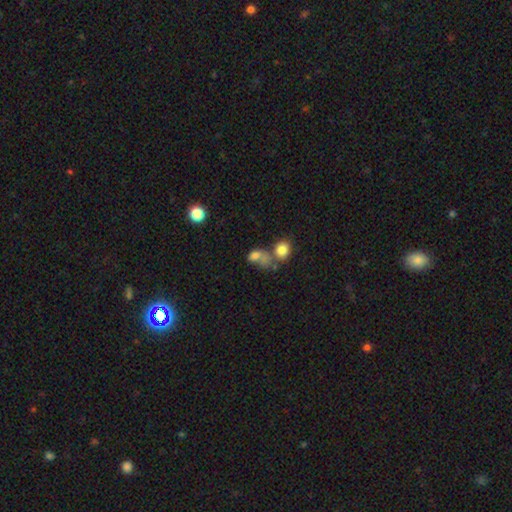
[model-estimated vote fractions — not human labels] smooth 72%, featured or disk 15%, star or artifact 14%. Down the decision tree: how rounded — in between (60%); merging — merger (48%).